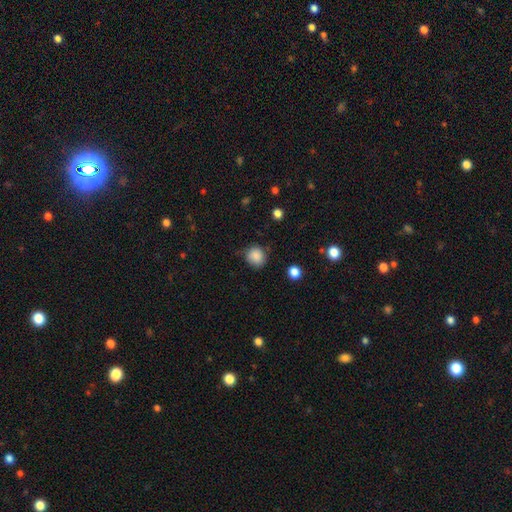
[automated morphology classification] Overall: smooth (86%). How rounded: round (86%). Merging: none (73%).